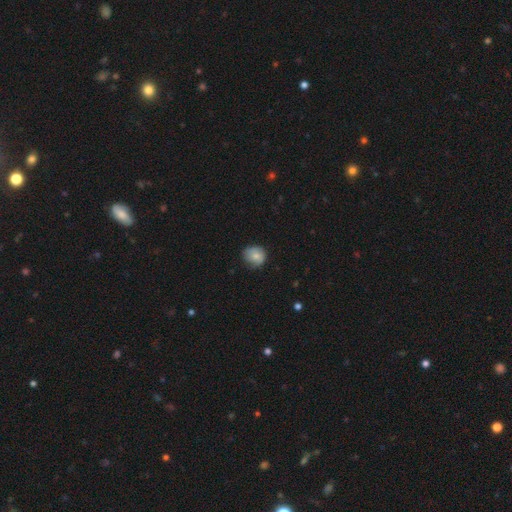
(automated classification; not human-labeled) Smooth or featured? smooth (76%)
How rounded? round (80%)
Merging? none (68%)